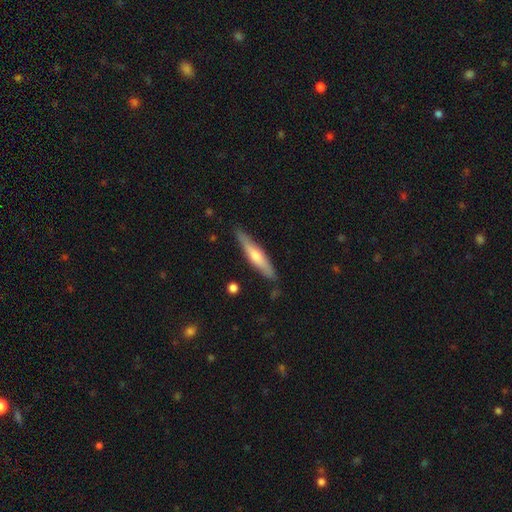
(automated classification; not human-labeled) smooth_or_featured: featured or disk (p=0.48) [alt: smooth p=0.47]
merging: none (p=0.85) [alt: minor disturbance p=0.11]